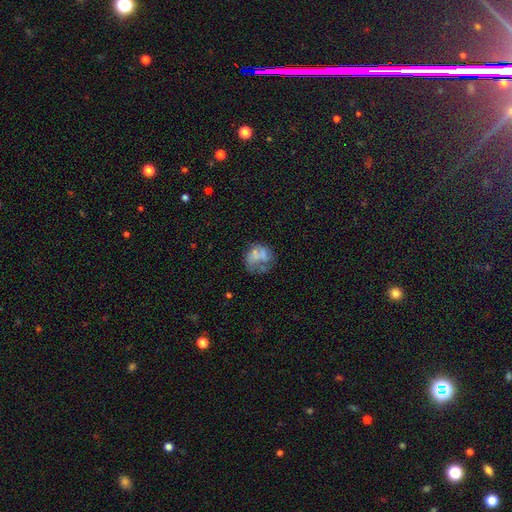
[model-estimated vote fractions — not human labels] This appears to be a smooth galaxy with no disk features (46%). Merging: none (35%).